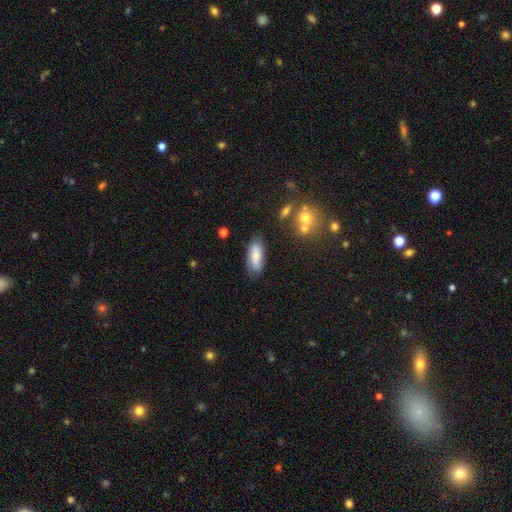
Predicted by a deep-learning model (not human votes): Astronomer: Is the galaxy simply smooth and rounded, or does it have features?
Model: smooth — 76%.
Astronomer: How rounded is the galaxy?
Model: in between — 74%.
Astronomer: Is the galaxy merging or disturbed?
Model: none — 77%.